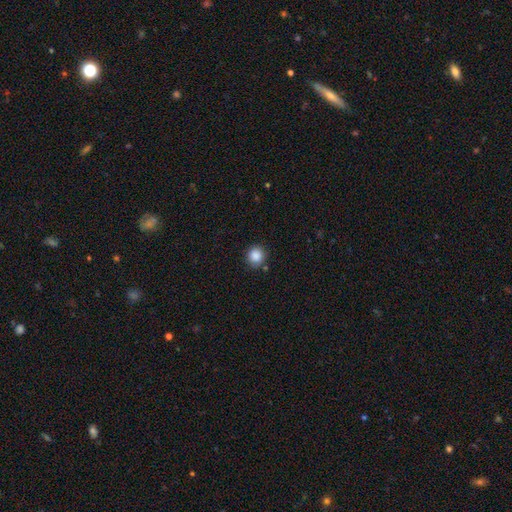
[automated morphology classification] A smooth galaxy with no disk features (87%) that is round (86%). Merging: none (84%).